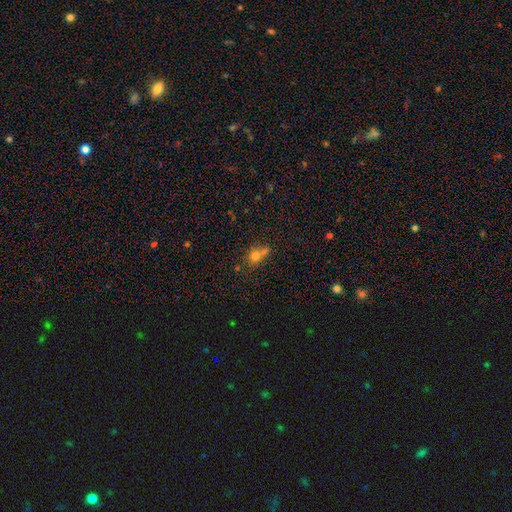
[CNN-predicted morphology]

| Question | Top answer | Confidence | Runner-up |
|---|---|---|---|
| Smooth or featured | smooth | 72% | star or artifact (16%) |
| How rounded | round | 69% | in between (29%) |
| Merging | none | 41% | merger (39%) |